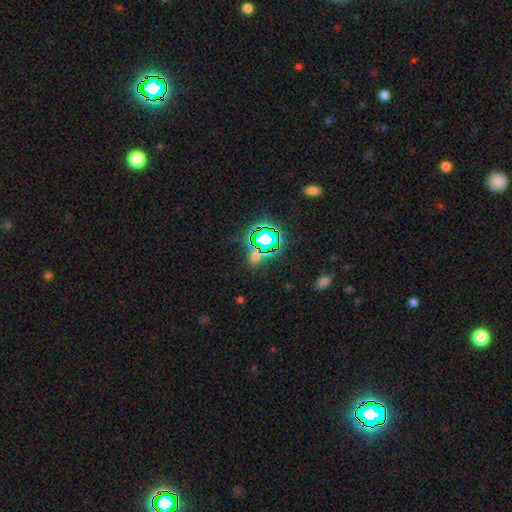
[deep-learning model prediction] The model was most divided on "smooth or featured": star or artifact: 62%, smooth: 29%, featured or disk: 9%.